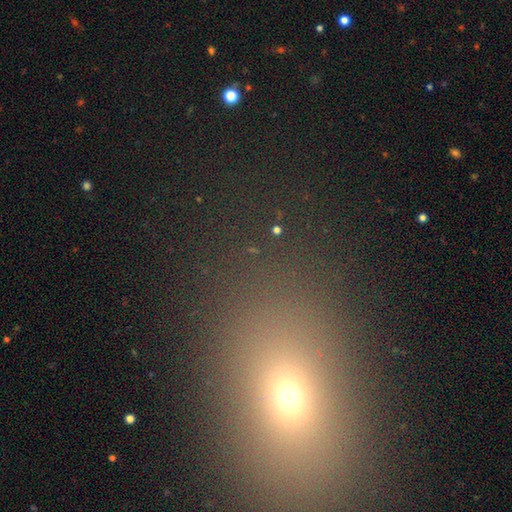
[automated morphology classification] Smooth or featured?
  - smooth: 50% *
  - star or artifact: 38%
  - featured or disk: 12%
How rounded?
  - in between: 55% *
  - round: 40%
  - cigar-shaped: 5%
Merging?
  - none: 82% *
  - minor disturbance: 8%
  - major disturbance: 5%
  - merger: 4%